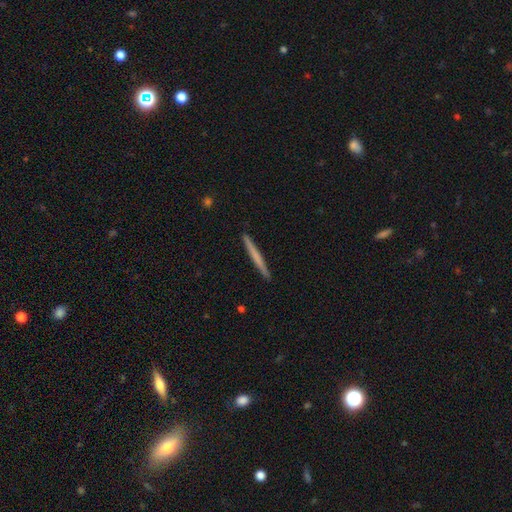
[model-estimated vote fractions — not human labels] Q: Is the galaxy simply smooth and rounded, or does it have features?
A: smooth — 58%.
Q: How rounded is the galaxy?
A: cigar-shaped — 97%.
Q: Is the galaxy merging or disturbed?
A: none — 92%.